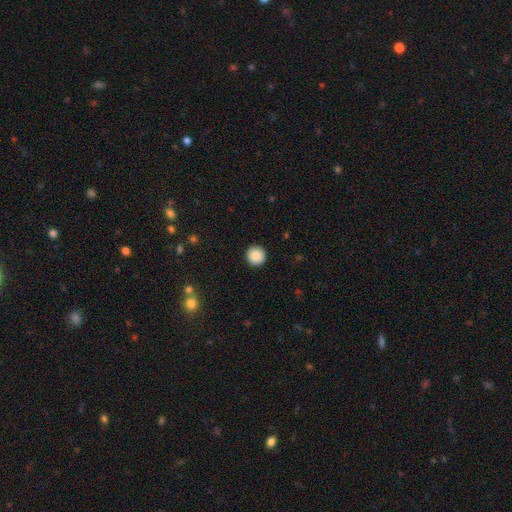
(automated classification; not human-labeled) The model was most divided on "smooth or featured": smooth: 88%, star or artifact: 8%, featured or disk: 4%. More confident: how rounded — round (96%); merging — none (93%).